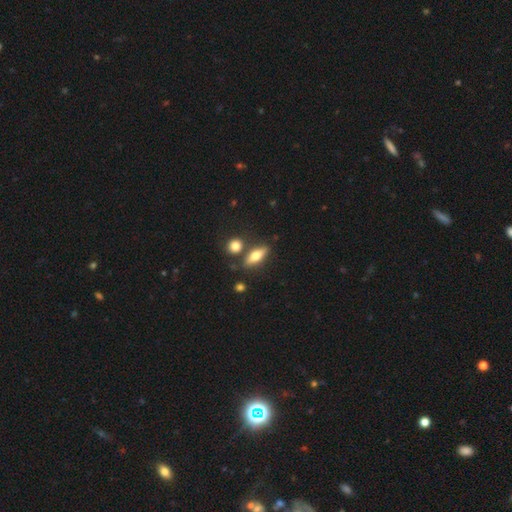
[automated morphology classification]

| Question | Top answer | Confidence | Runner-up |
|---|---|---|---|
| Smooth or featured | smooth | 62% | featured or disk (31%) |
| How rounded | in between | 58% | cigar-shaped (35%) |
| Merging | none | 76% | merger (11%) |